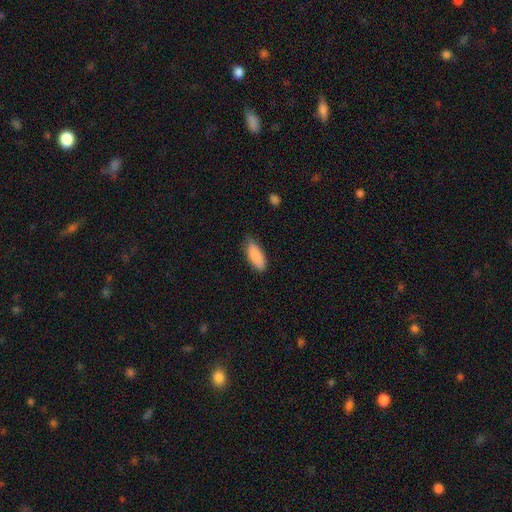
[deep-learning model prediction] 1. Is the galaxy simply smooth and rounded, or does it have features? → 88% smooth, 6% featured or disk, 6% star or artifact.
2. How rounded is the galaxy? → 79% in between, 20% cigar-shaped, 2% round.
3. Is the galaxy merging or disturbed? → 74% none, 21% minor disturbance, 3% major disturbance, 1% merger.